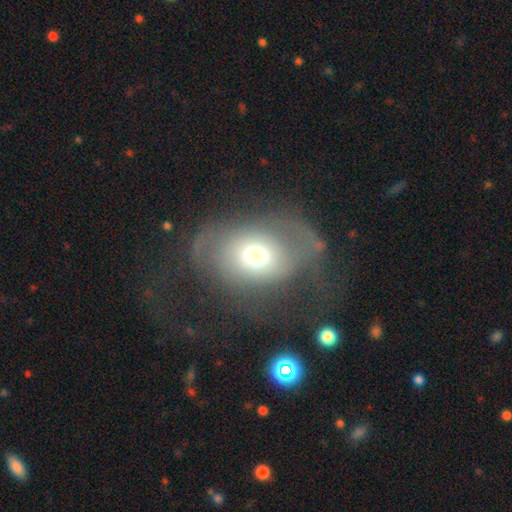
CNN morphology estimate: Smooth or featured: smooth — 53% (featured or disk — 36%)
How rounded: in between — 63% (round — 36%)
Merging: major disturbance — 42% (none — 34%)